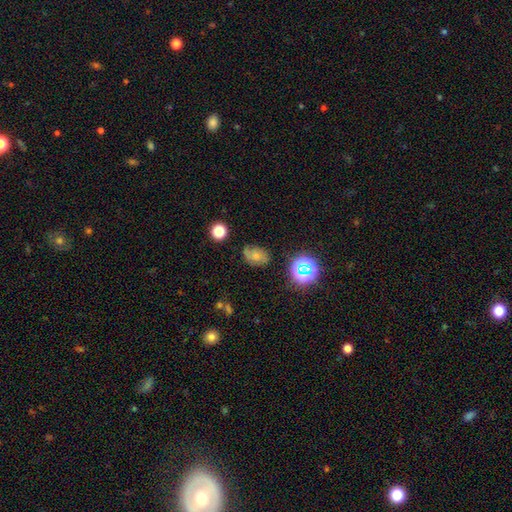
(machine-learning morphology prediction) Overall: smooth (58%; featured or disk 23%). How rounded: in between (73%). Merging: none (59%; minor disturbance 29%).